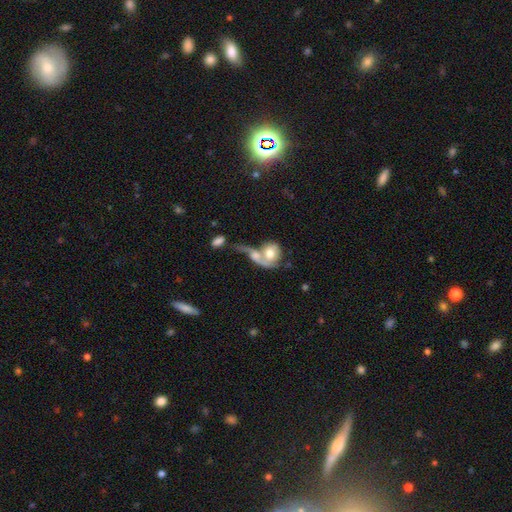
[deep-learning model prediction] smooth 48%, featured or disk 43%, star or artifact 8%. Down the decision tree: merging — merger (72%).